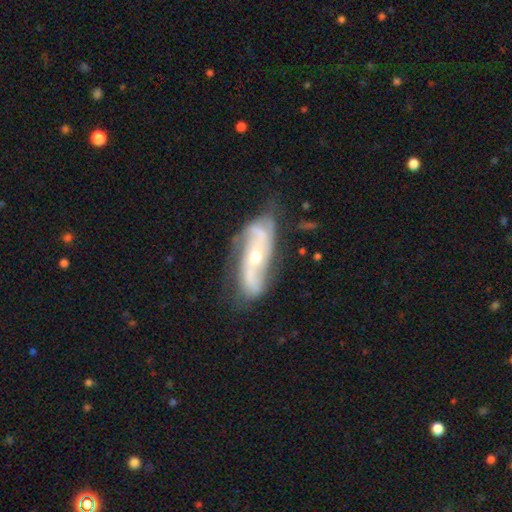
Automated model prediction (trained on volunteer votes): This is clearly a featured or disk galaxy (82%). It is clearly not viewed edge-on (90%). Bar: possibly no (57%). Spiral arm pattern: clearly yes (93%). Spiral arm count: likely 2 (62%). Spiral winding: marginally medium (42%). Central bulge: possibly small (49%). Merging: likely none (64%).